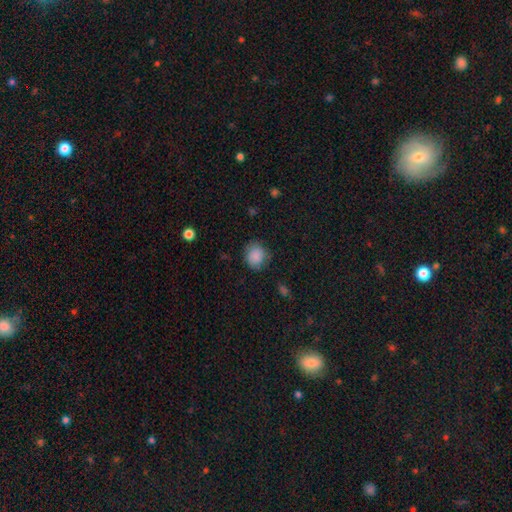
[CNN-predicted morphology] Smooth or featured?
  - smooth: 86% *
  - star or artifact: 8%
  - featured or disk: 6%
How rounded?
  - round: 73% *
  - in between: 26%
  - cigar-shaped: 1%
Merging?
  - none: 74% *
  - minor disturbance: 20%
  - major disturbance: 5%
  - merger: 1%